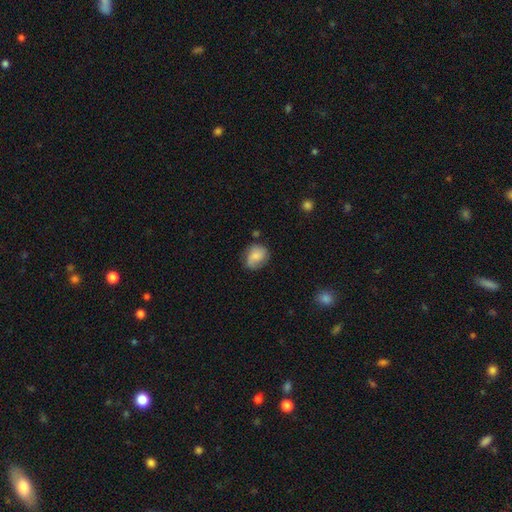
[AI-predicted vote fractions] smooth 68%, featured or disk 24%, star or artifact 8%. Down the decision tree: how rounded — round (51%); merging — none (62%).